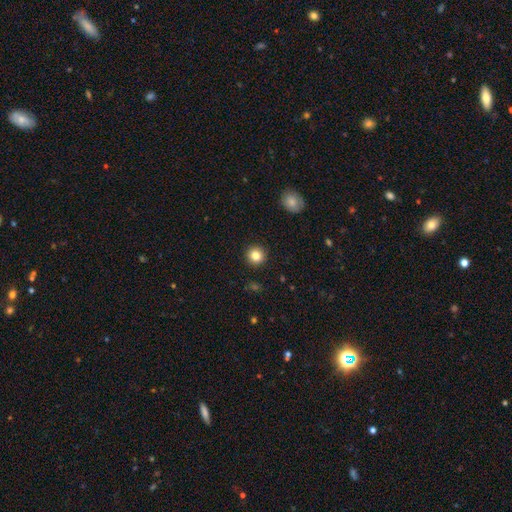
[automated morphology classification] Smooth or featured: smooth — 84% (star or artifact — 10%)
How rounded: round — 94% (in between — 5%)
Merging: none — 93% (minor disturbance — 5%)